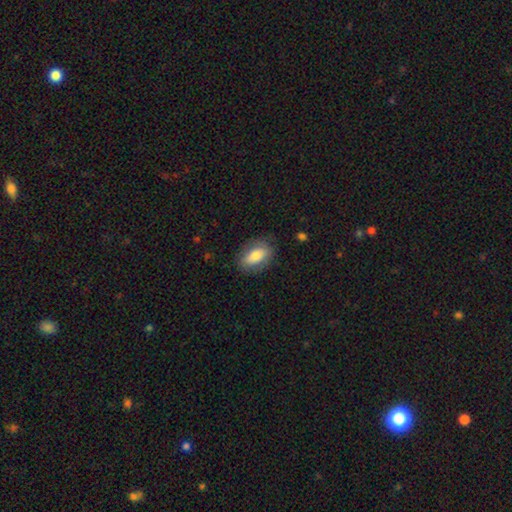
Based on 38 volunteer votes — Q: Smooth or featured?
A: smooth (79%); runner-up: featured or disk (13%)
Q: How rounded?
A: in between (90%); runner-up: round (7%)
Q: Merging?
A: none (80%); runner-up: minor disturbance (14%)